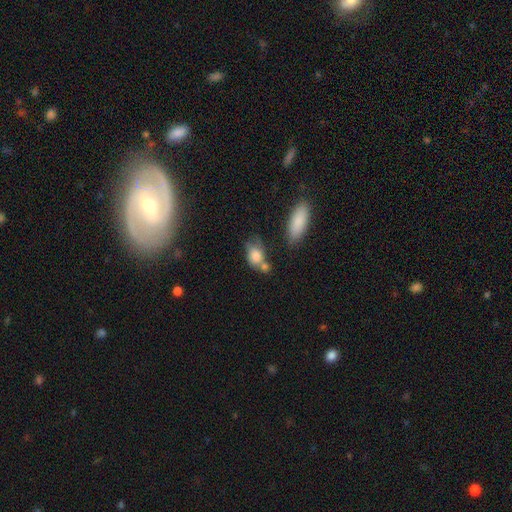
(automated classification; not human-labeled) A smooth galaxy with no disk features (79%) that is in between round and cigar-shaped (74%). Merging: none (36%).